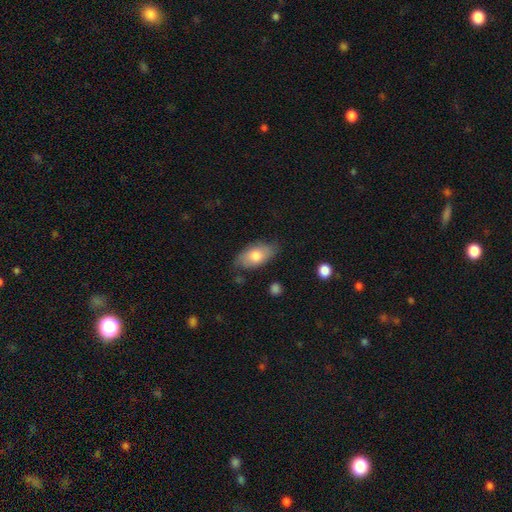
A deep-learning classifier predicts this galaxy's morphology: Smooth or featured?
  - smooth: 71% *
  - featured or disk: 23%
  - star or artifact: 6%
How rounded?
  - in between: 92% *
  - round: 4%
  - cigar-shaped: 4%
Merging?
  - none: 70% *
  - minor disturbance: 23%
  - major disturbance: 5%
  - merger: 2%